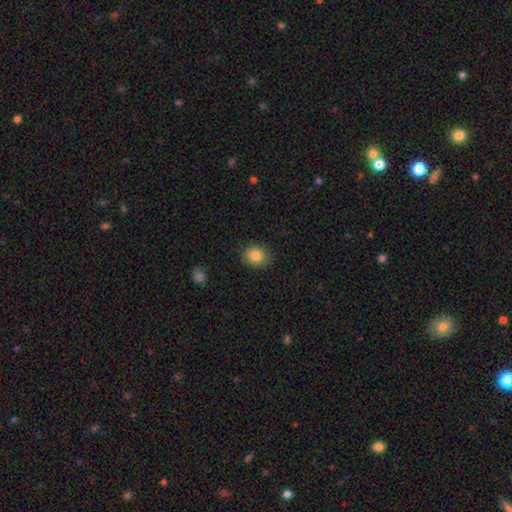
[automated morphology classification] Q: Smooth or featured?
A: smooth (84%); runner-up: star or artifact (9%)
Q: How rounded?
A: round (58%); runner-up: in between (41%)
Q: Merging?
A: none (87%); runner-up: minor disturbance (9%)